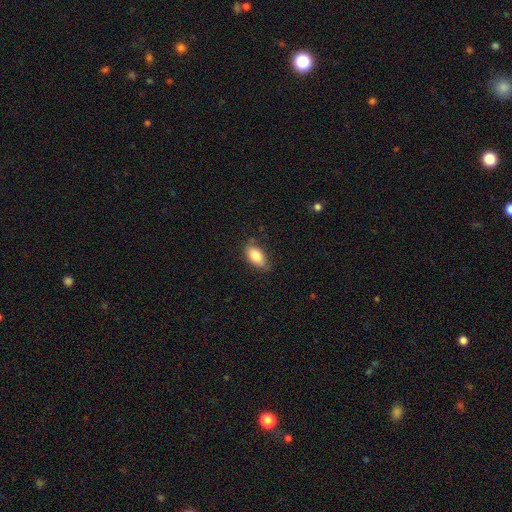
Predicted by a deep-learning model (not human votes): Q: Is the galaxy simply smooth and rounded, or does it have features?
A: smooth — 83%.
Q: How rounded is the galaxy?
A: in between — 91%.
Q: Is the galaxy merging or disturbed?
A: none — 75%.